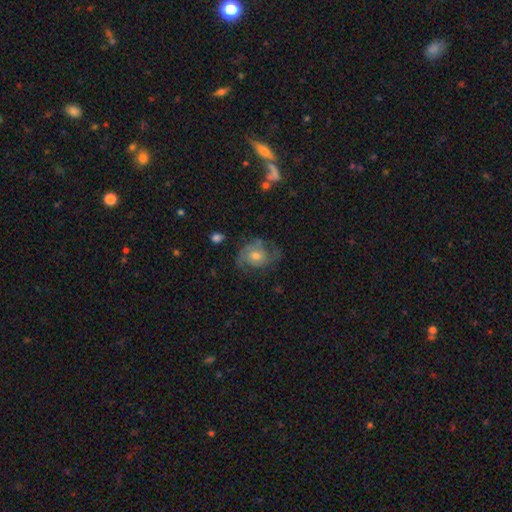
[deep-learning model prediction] Smooth or featured? featured or disk (71%)
Edge-on disk? no (97%)
Bar? no (74%)
Spiral arms? yes (90%)
Spiral winding? medium (44%)
Spiral arm count? 2 (59%)
Bulge size? moderate (61%)
Merging? none (65%)